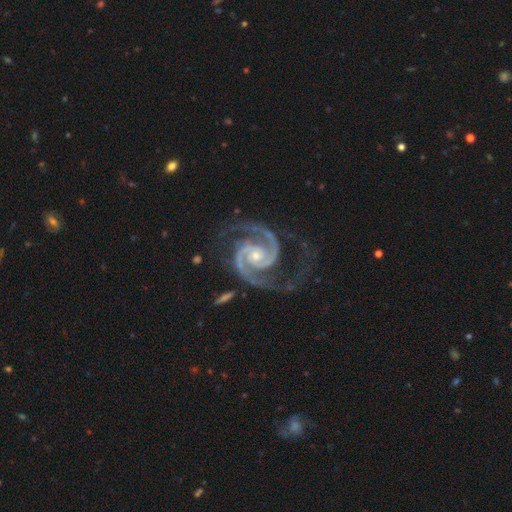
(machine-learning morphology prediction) type=featured or disk (95%); edge-on=no (98%); bar=no (66%); spiral arms=yes (99%); winding=medium (51%); arm count=2 (93%); bulge=small (55%); merging=none (70%).